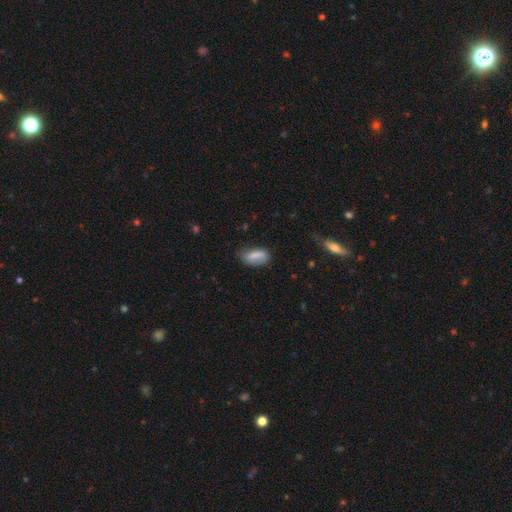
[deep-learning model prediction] Q: Smooth or featured?
A: smooth (72%); runner-up: featured or disk (20%)
Q: How rounded?
A: in between (83%); runner-up: cigar-shaped (12%)
Q: Merging?
A: none (57%); runner-up: minor disturbance (30%)